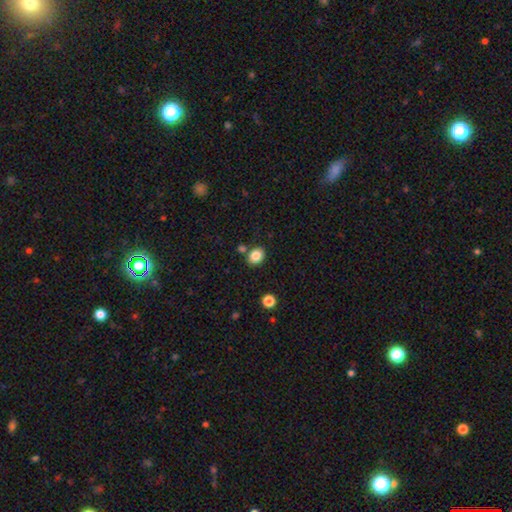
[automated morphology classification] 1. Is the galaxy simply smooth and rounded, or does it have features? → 85% smooth, 10% star or artifact, 5% featured or disk.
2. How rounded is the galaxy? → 50% round, 49% in between, 1% cigar-shaped.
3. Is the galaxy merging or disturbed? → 80% none, 10% minor disturbance, 8% merger, 3% major disturbance.